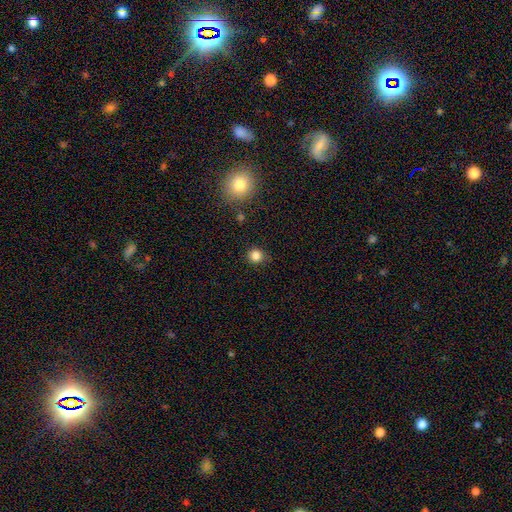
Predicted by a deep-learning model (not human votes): The model was most divided on "smooth or featured": smooth: 83%, star or artifact: 12%, featured or disk: 4%. More confident: how rounded — round (89%); merging — none (84%).